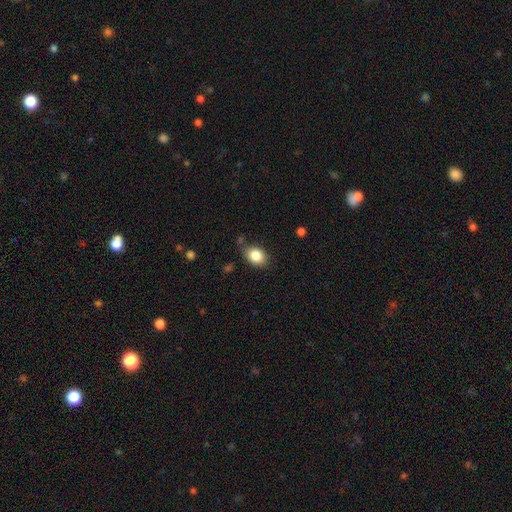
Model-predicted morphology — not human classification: smooth 85%, star or artifact 8%, featured or disk 6%. Down the decision tree: how rounded — in between (71%); merging — none (77%).